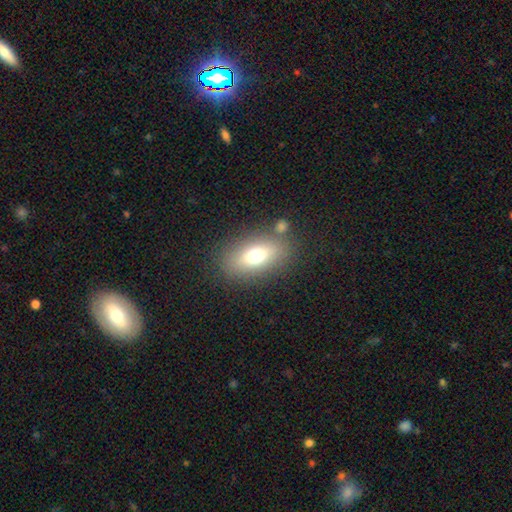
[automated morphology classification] A smooth galaxy with no disk features (69%) that is in between round and cigar-shaped (81%).

Vote fractions:
- Smooth or featured? smooth: 69% / featured or disk: 19% / star or artifact: 12%
- How rounded? in between: 81% / round: 14% / cigar-shaped: 5%
- Merging? none: 77% / minor disturbance: 11% / merger: 7% / major disturbance: 5%